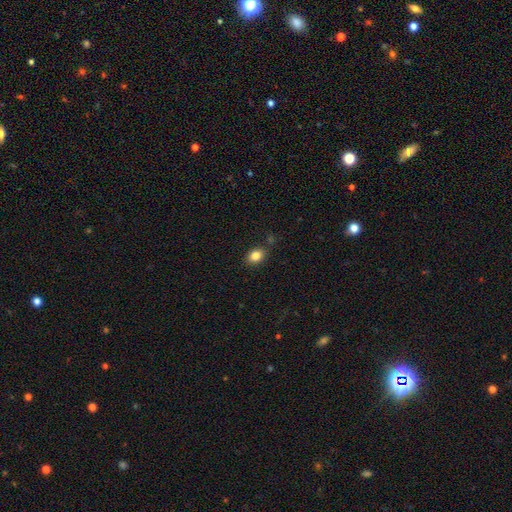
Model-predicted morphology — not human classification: This is clearly a smooth galaxy (84%). How rounded: likely in between (65%). Merging: clearly none (82%).